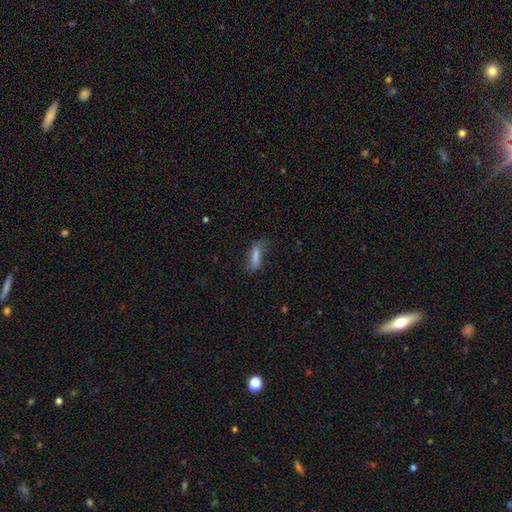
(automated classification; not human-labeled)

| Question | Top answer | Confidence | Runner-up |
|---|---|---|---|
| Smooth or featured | smooth | 60% | featured or disk (28%) |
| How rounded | cigar-shaped | 60% | in between (37%) |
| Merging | none | 60% | minor disturbance (24%) |